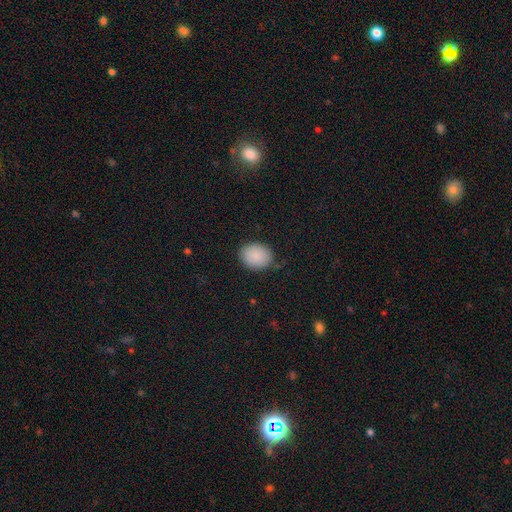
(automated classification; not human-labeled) This is clearly a smooth galaxy (89%). How rounded: possibly round (54%). Merging: clearly none (83%).